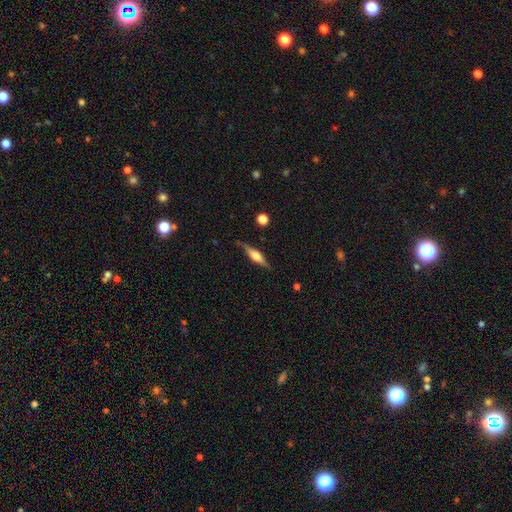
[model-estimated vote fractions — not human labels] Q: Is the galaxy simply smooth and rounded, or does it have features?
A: featured or disk — 63%.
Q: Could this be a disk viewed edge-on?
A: yes — 96%.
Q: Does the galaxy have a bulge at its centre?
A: rounded — 78%.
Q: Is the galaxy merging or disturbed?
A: none — 81%.